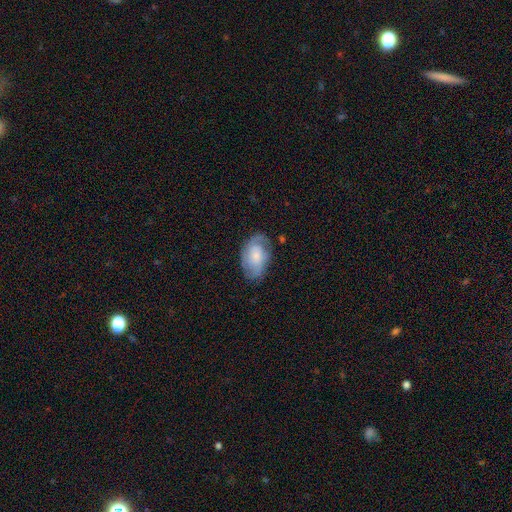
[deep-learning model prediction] This is possibly a featured or disk galaxy (57%). It is clearly not viewed edge-on (96%). Bar: likely no (72%). Spiral arm pattern: clearly yes (84%). Central bulge: possibly small (52%). Merging: likely none (67%).